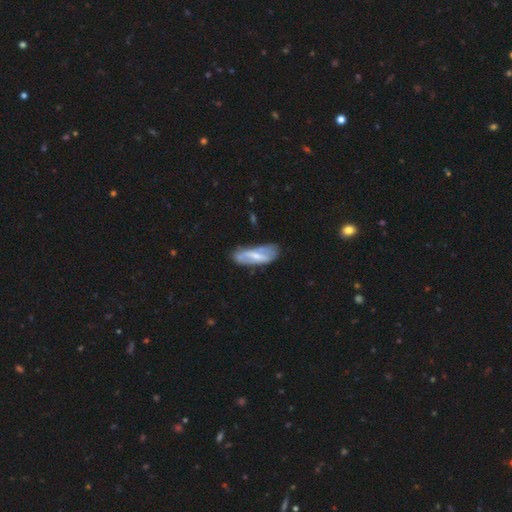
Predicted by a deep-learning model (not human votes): Overall: featured or disk (61%; smooth 34%). Edge-on disk: no (79%). Merging: none (70%).